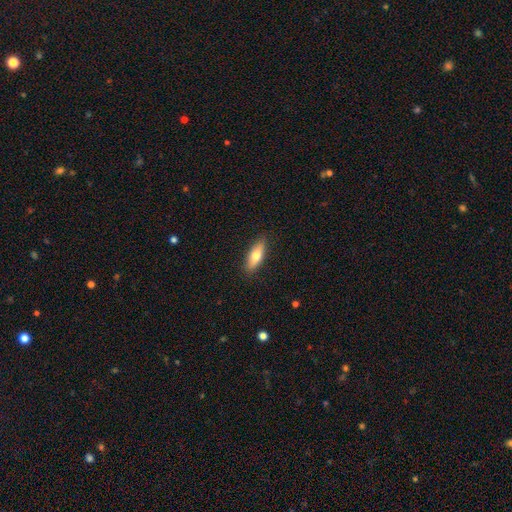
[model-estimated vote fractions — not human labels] Smooth or featured? Predicted: smooth (p=0.70). How rounded? Predicted: in between (p=0.61). Merging? Predicted: none (p=0.88).